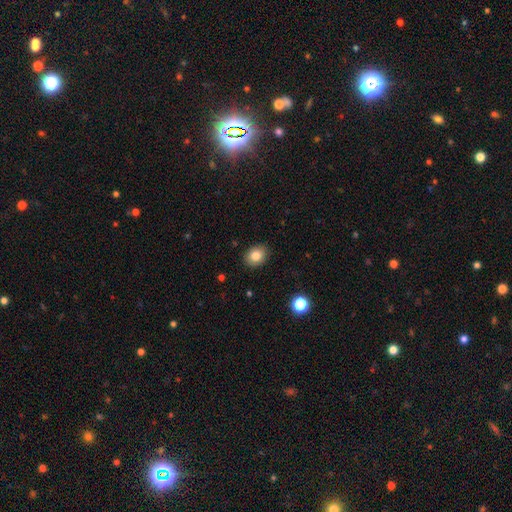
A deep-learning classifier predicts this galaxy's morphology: Overall: smooth (83%). How rounded: in between (56%; round 43%). Merging: none (89%).